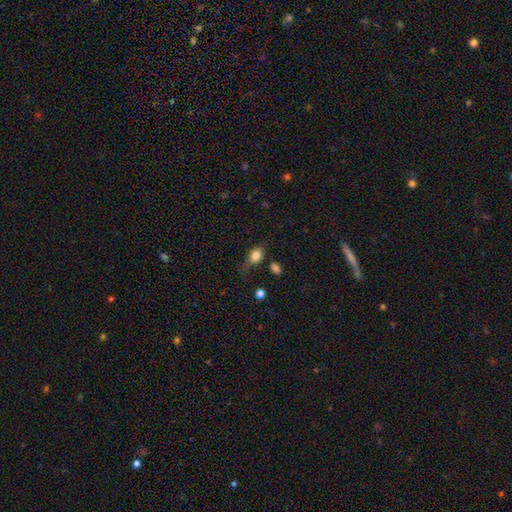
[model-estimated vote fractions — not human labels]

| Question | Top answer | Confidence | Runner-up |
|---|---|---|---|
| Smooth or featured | smooth | 76% | featured or disk (14%) |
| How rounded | in between | 58% | round (37%) |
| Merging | none | 55% | minor disturbance (29%) |